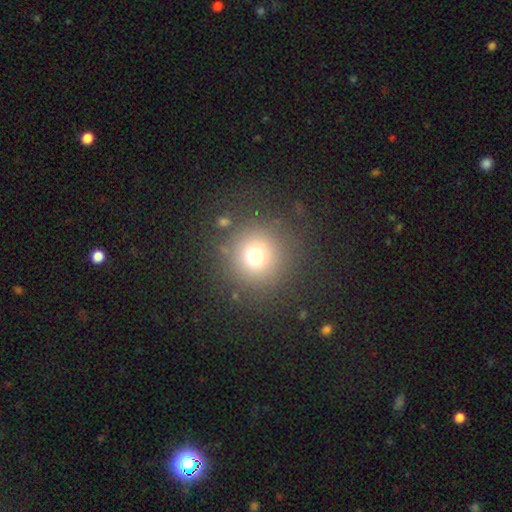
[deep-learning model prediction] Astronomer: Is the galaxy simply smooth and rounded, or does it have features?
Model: smooth — 70%.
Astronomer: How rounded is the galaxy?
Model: round — 95%.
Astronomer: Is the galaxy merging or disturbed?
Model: none — 84%.